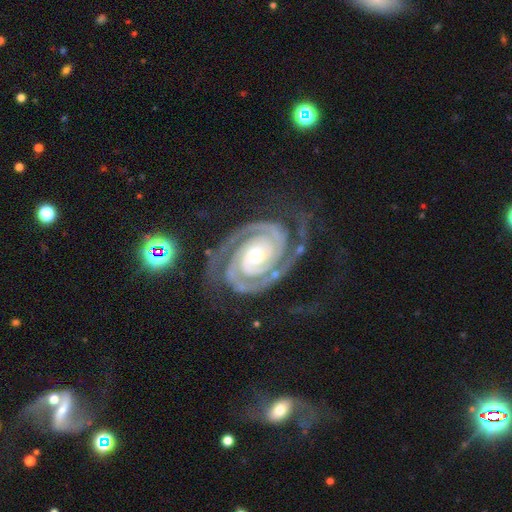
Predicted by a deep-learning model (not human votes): Smooth or featured: featured or disk — 94% (star or artifact — 4%)
Edge-on disk: no — 98% (yes — 2%)
Bar: no — 61% (weak — 21%)
Spiral arms: yes — 99% (no — 1%)
Spiral winding: tight — 79% (medium — 19%)
Spiral arm count: 2 — 91% (3 — 4%)
Bulge size: moderate — 55% (small — 35%)
Merging: none — 74% (minor disturbance — 15%)